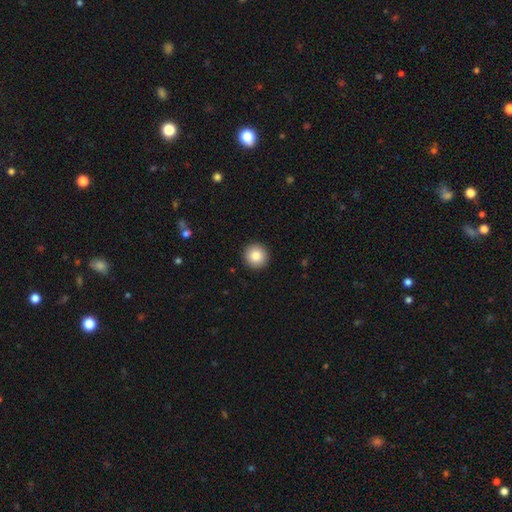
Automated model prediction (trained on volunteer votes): Overall: smooth (85%). How rounded: round (96%). Merging: none (93%).